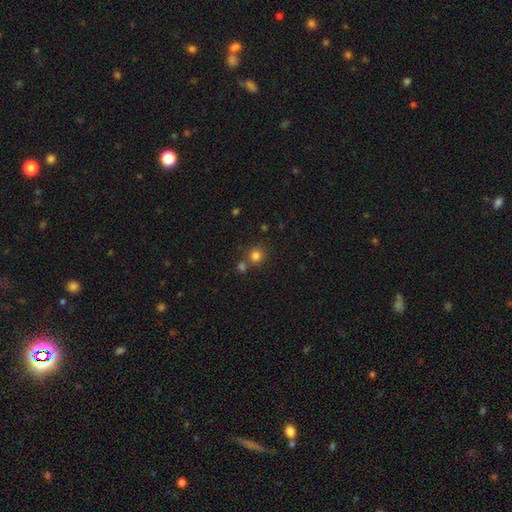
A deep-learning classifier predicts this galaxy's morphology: The model was most divided on "merging": none: 69%, merger: 20%, minor disturbance: 8%, major disturbance: 3%. More confident: how rounded — round (90%); smooth or featured — smooth (81%).